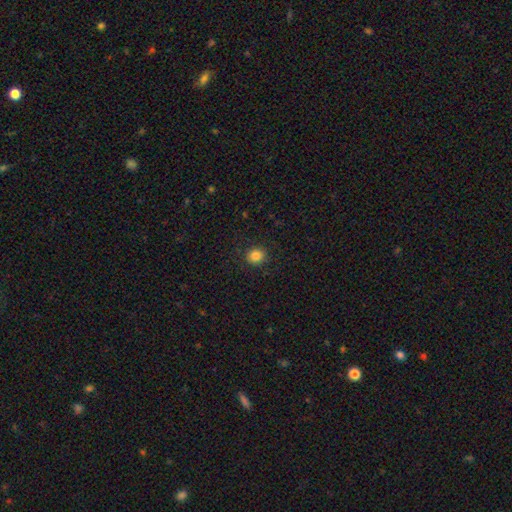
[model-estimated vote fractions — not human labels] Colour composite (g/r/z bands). It shows a smooth galaxy with no disk features (85%) that is round (84%). Merging: none (90%).